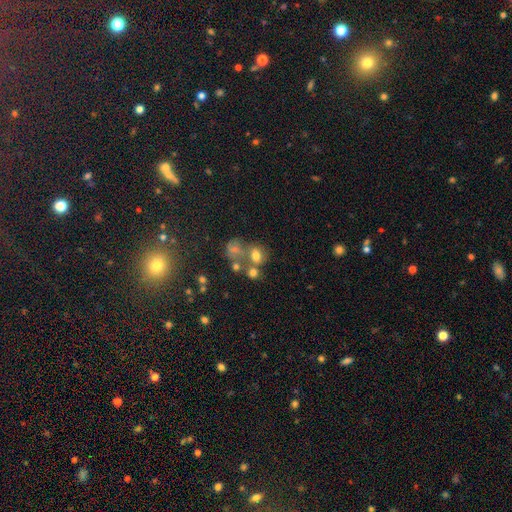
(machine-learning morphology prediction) A smooth galaxy with no disk features (65%) that is round (50%).

Vote fractions:
- Smooth or featured? smooth: 65% / featured or disk: 18% / star or artifact: 17%
- How rounded? round: 50% / in between: 48% / cigar-shaped: 1%
- Merging? merger: 39% / none: 37% / minor disturbance: 13% / major disturbance: 11%